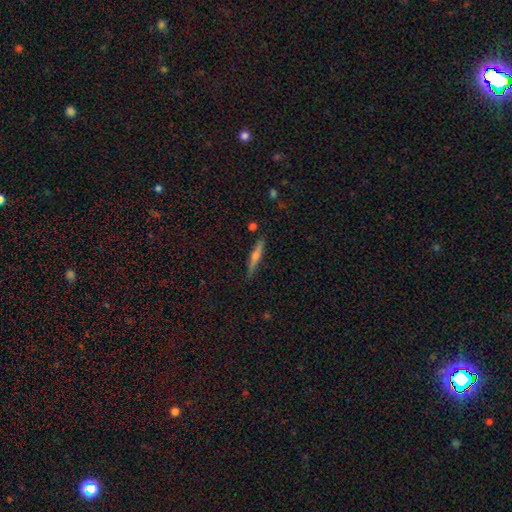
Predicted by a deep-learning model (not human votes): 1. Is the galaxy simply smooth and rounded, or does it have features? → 50% featured or disk, 42% smooth, 8% star or artifact.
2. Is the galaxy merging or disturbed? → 87% none, 9% minor disturbance, 2% merger, 2% major disturbance.